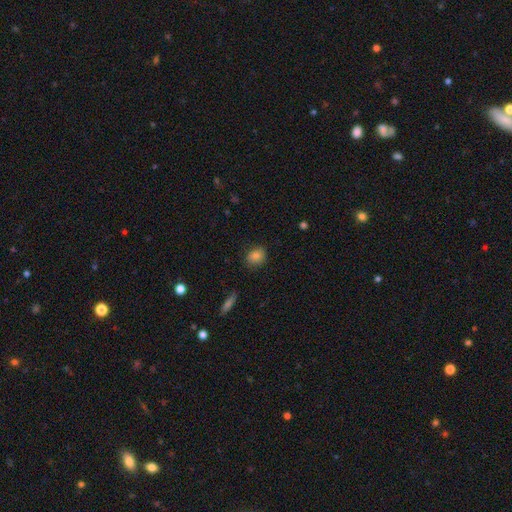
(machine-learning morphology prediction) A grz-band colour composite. It shows a smooth galaxy with no disk features (81%) that is round (63%). Merging: none (82%).